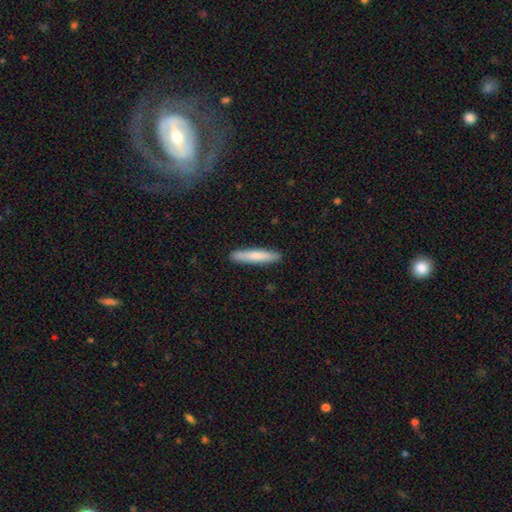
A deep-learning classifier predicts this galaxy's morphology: type=smooth (77%); roundness=cigar-shaped (92%); merging=none (90%).